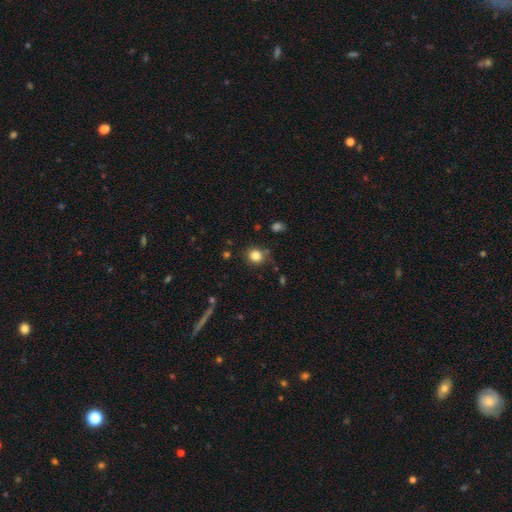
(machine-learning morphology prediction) Smooth or featured? smooth (82%)
How rounded? round (81%)
Merging? none (79%)